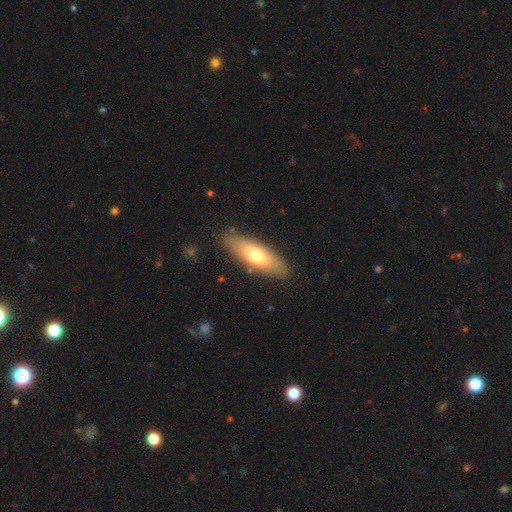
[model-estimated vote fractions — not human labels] A smooth galaxy with no disk features (65%) that is in between round and cigar-shaped (59%).

Vote fractions:
- Smooth or featured? smooth: 65% / featured or disk: 29% / star or artifact: 6%
- How rounded? in between: 59% / cigar-shaped: 39% / round: 2%
- Merging? none: 85% / minor disturbance: 11% / major disturbance: 3% / merger: 2%